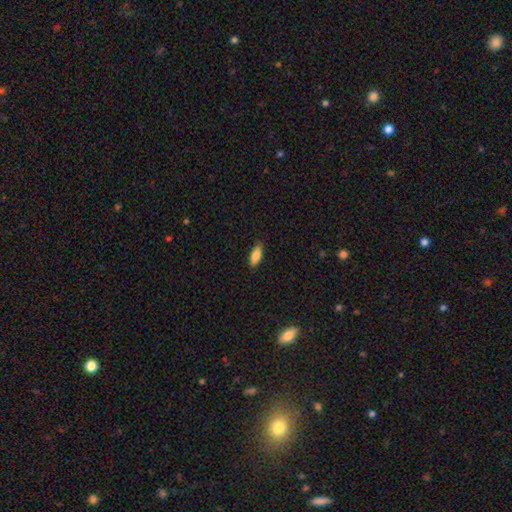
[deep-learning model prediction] smooth 82%, featured or disk 11%, star or artifact 7%. Down the decision tree: how rounded — in between (79%); merging — none (86%).